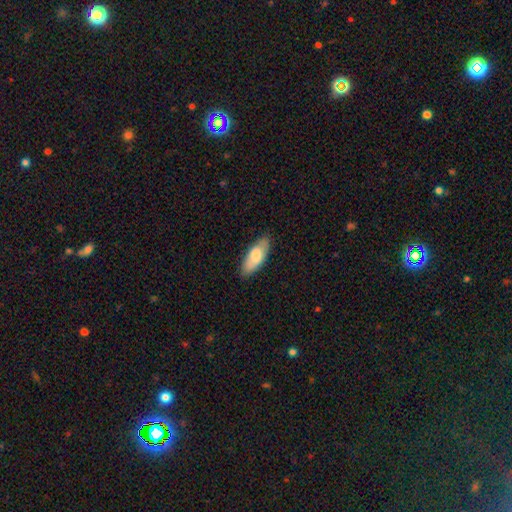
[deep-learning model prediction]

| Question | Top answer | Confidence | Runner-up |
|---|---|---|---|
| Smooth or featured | smooth | 74% | featured or disk (21%) |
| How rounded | in between | 77% | cigar-shaped (21%) |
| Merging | none | 84% | minor disturbance (12%) |